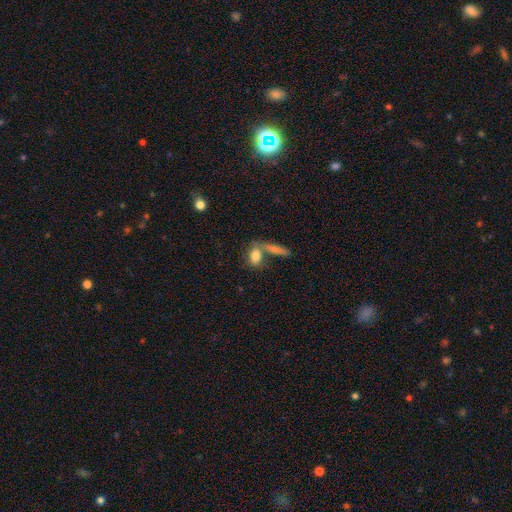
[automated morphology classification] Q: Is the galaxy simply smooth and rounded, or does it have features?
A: smooth — 79%.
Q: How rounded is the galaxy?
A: in between — 73%.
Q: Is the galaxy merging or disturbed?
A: none — 45%.